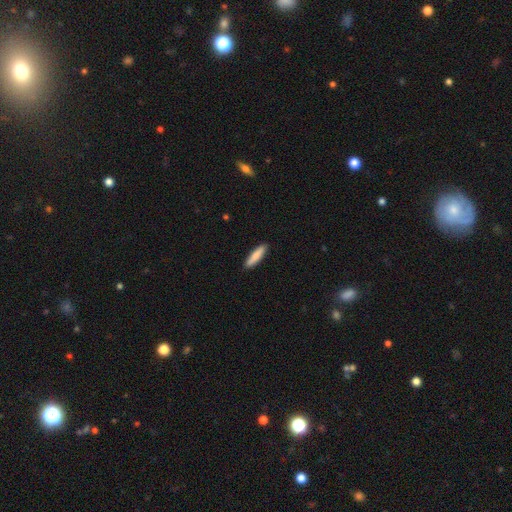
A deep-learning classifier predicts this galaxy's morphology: Smooth or featured: smooth — 84% (featured or disk — 11%)
How rounded: cigar-shaped — 79% (in between — 20%)
Merging: none — 90% (minor disturbance — 8%)